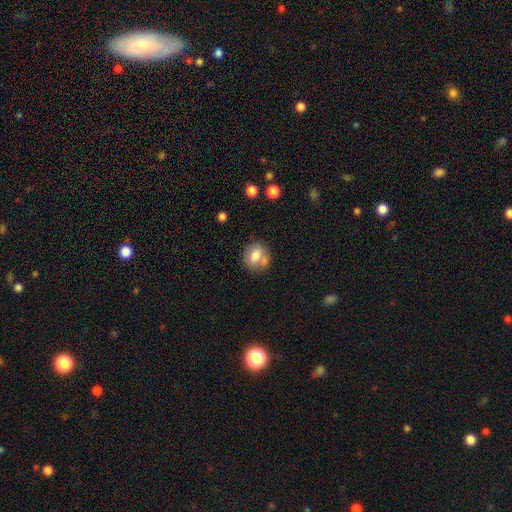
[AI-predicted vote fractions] Morphology: type=smooth (75%); roundness=round (63%); merging=none (57%).